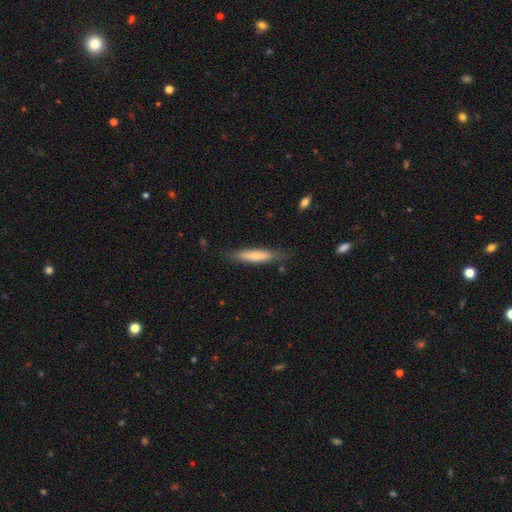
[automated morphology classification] A smooth galaxy with no disk features (72%) that is cigar-shaped (89%).

Vote fractions:
- Smooth or featured? smooth: 72% / featured or disk: 22% / star or artifact: 6%
- How rounded? cigar-shaped: 89% / in between: 10% / round: 1%
- Merging? none: 80% / minor disturbance: 15% / major disturbance: 3% / merger: 2%